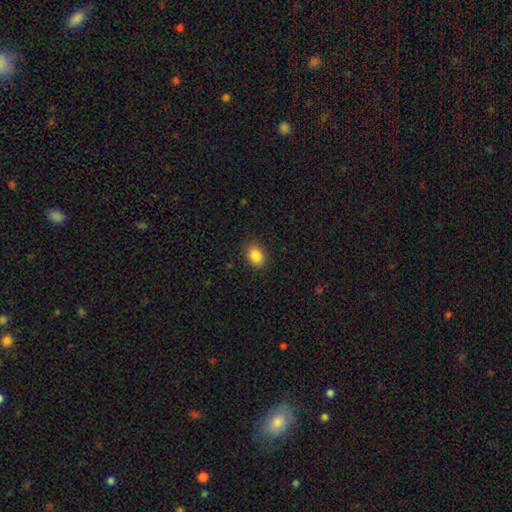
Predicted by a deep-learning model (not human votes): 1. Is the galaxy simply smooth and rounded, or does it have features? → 86% smooth, 9% star or artifact, 5% featured or disk.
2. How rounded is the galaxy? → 63% in between, 36% round, 1% cigar-shaped.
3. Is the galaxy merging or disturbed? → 88% none, 8% minor disturbance, 2% major disturbance, 1% merger.